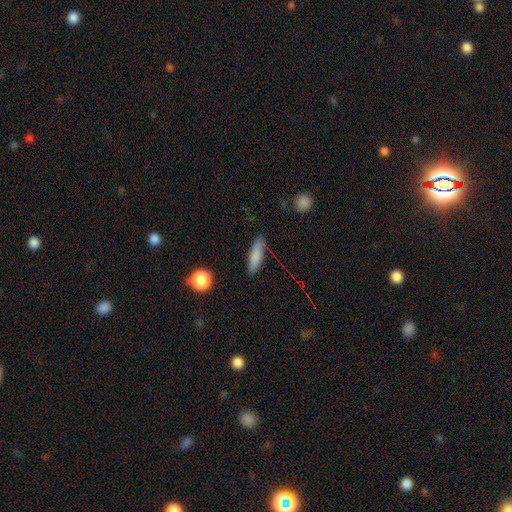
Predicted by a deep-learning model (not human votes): Overall: smooth (81%). How rounded: cigar-shaped (57%; in between 40%). Merging: none (82%).